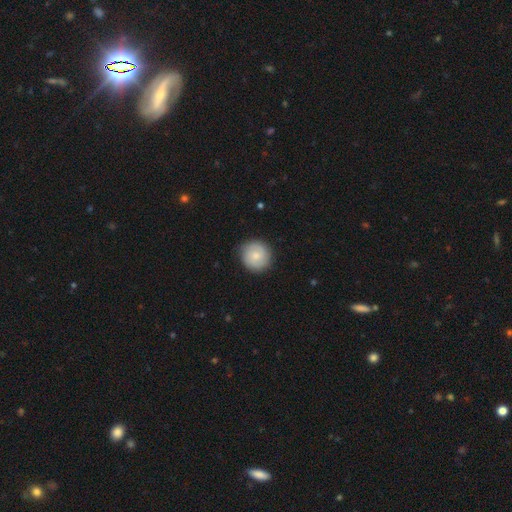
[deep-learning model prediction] A smooth galaxy with no disk features (63%) that is round (94%).

Vote fractions:
- Smooth or featured? smooth: 63% / featured or disk: 30% / star or artifact: 7%
- How rounded? round: 94% / in between: 6% / cigar-shaped: 1%
- Merging? none: 87% / minor disturbance: 10% / major disturbance: 2% / merger: 1%